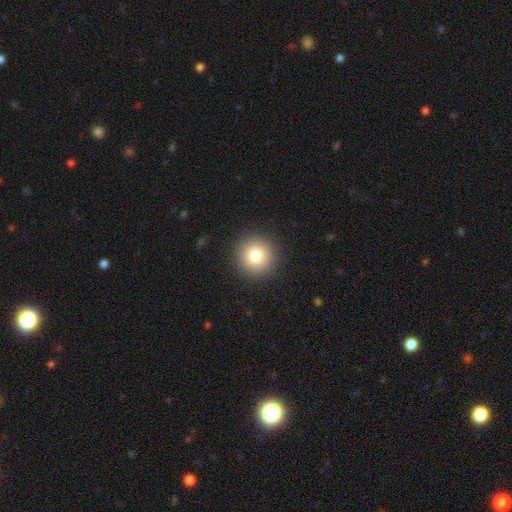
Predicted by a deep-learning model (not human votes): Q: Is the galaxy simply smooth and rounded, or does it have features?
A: smooth — 82%.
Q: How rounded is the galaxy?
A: round — 95%.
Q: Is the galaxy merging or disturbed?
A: none — 92%.